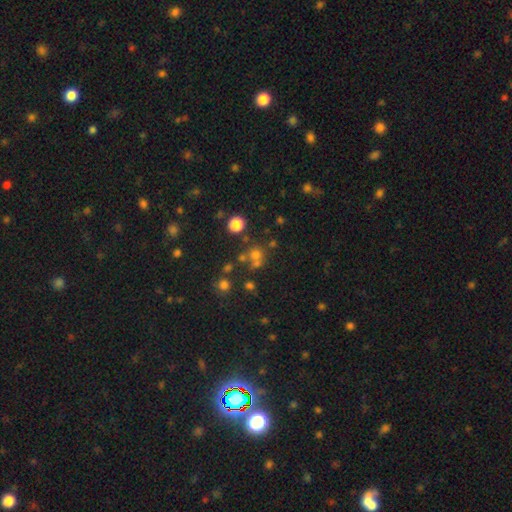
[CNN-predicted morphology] Smooth or featured?
  - smooth: 59% *
  - star or artifact: 29%
  - featured or disk: 12%
How rounded?
  - round: 86% *
  - in between: 13%
  - cigar-shaped: 1%
Merging?
  - none: 60% *
  - merger: 26%
  - minor disturbance: 9%
  - major disturbance: 5%